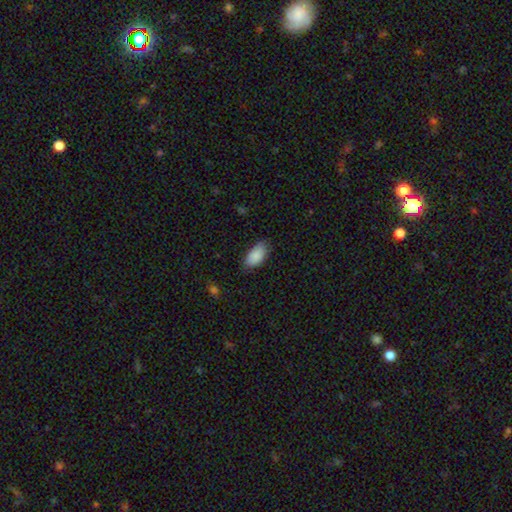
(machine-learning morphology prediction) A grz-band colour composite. It shows a smooth galaxy with no disk features (88%) that is in between round and cigar-shaped (94%). Merging: none (76%).